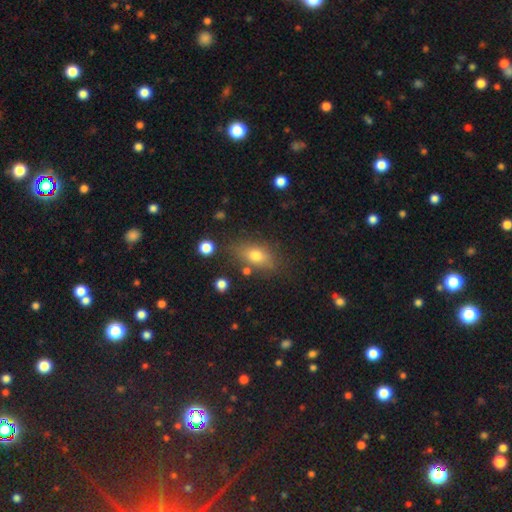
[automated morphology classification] Q: Smooth or featured?
A: smooth (72%); runner-up: featured or disk (17%)
Q: How rounded?
A: in between (79%); runner-up: round (13%)
Q: Merging?
A: none (76%); runner-up: minor disturbance (15%)